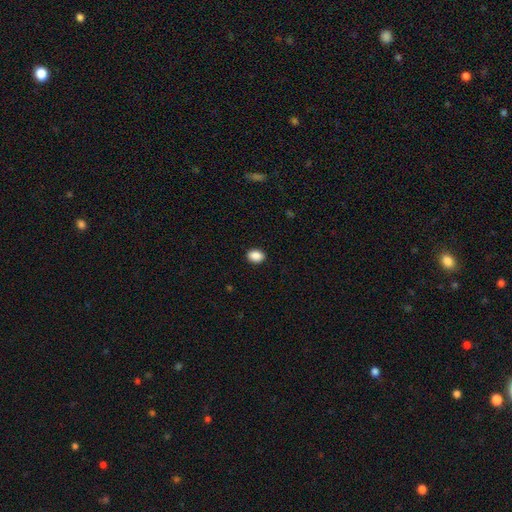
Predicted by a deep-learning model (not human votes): This appears to be a smooth galaxy with no disk features (90%) that is in between round and cigar-shaped (74%). Merging: none (90%).